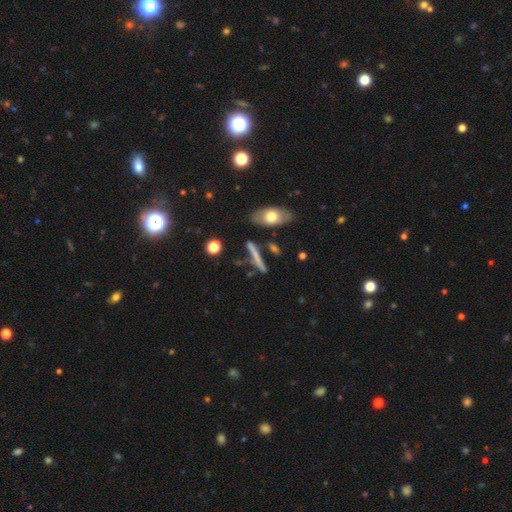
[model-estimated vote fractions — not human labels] A smooth galaxy with no disk features (52%) that is cigar-shaped (85%).

Vote fractions:
- Smooth or featured? smooth: 52% / featured or disk: 40% / star or artifact: 9%
- How rounded? cigar-shaped: 85% / in between: 10% / round: 5%
- Merging? none: 77% / minor disturbance: 12% / merger: 7% / major disturbance: 4%